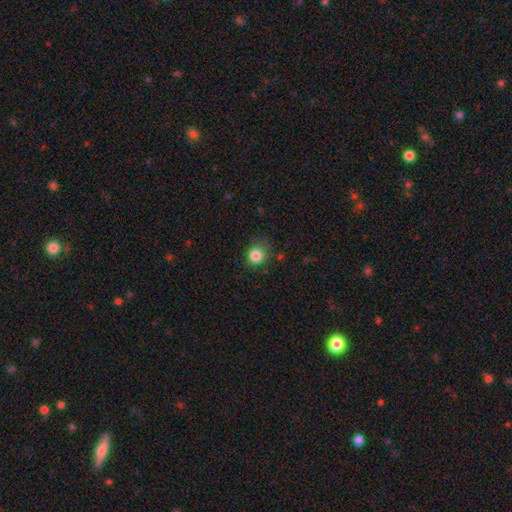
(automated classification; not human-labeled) Smooth or featured? smooth (84%)
How rounded? round (83%)
Merging? none (69%)